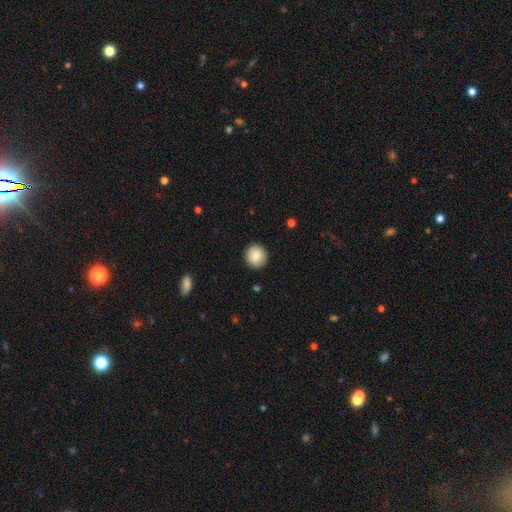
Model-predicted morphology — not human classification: Smooth or featured? Predicted: smooth (p=0.85). How rounded? Predicted: round (p=0.92). Merging? Predicted: none (p=0.91).